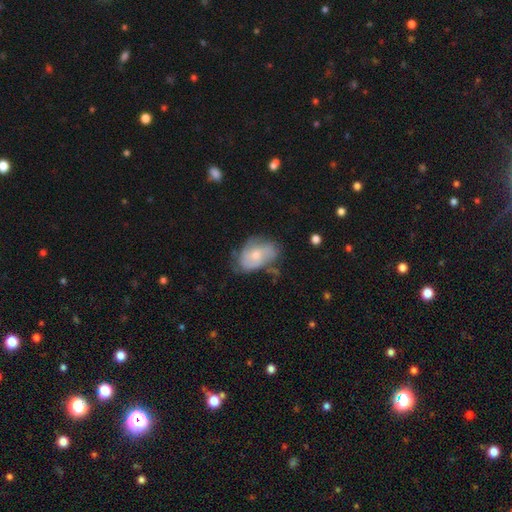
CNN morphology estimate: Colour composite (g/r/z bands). It shows a featured or disk galaxy (51%). Merging: none (49%).